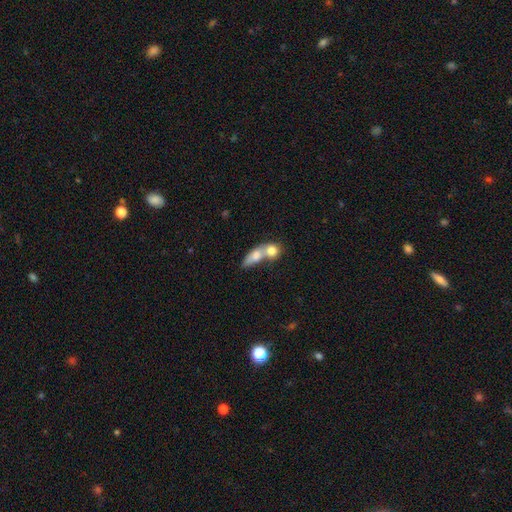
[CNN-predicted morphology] A smooth galaxy with no disk features (70%) that is in between round and cigar-shaped (57%). Merging: merger (72%).